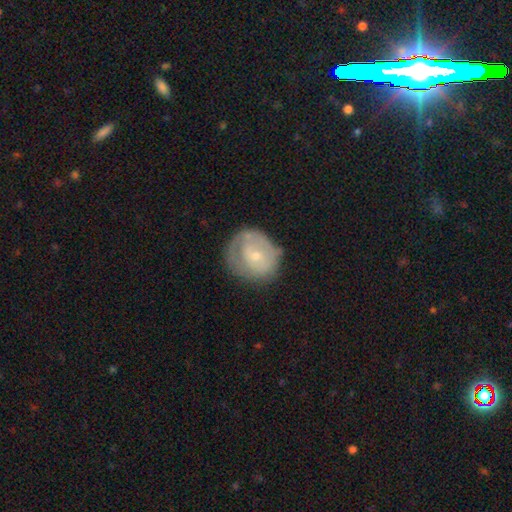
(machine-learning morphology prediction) This is possibly a featured or disk galaxy (51%). It is clearly not viewed edge-on (97%). Merging: possibly none (56%).